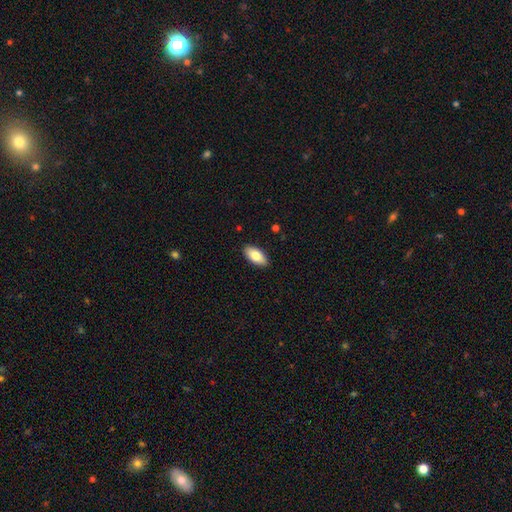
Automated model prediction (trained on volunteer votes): This appears to be a smooth galaxy with no disk features (82%) that is in between round and cigar-shaped (93%). Merging: none (90%).